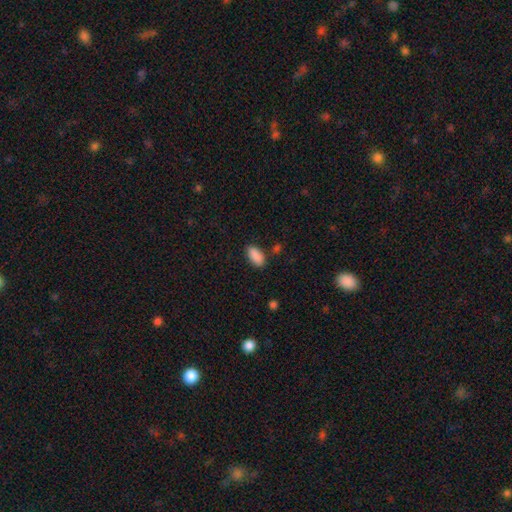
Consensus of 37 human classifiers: Smooth or featured: smooth — 84% (featured or disk — 11%)
How rounded: in between — 97% (cigar-shaped — 3%)
Merging: none — 83% (minor disturbance — 9%)